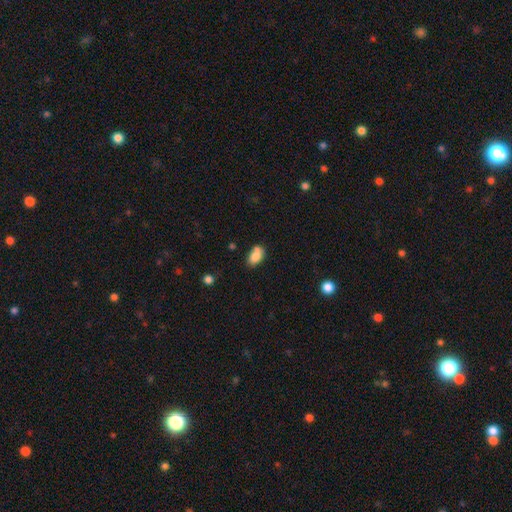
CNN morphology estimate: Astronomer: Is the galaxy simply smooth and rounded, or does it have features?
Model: smooth — 80%.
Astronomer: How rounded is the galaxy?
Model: in between — 88%.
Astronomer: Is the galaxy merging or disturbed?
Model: none — 54%.